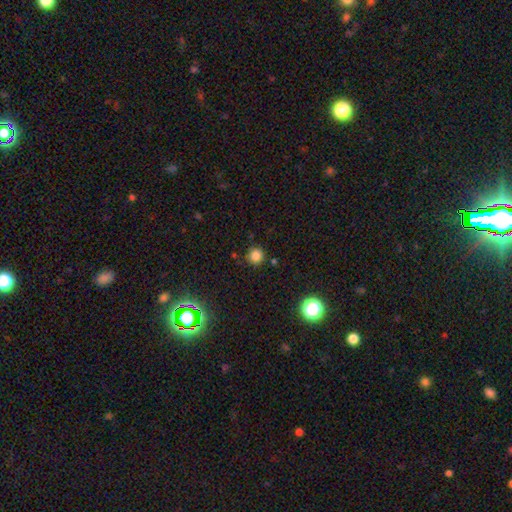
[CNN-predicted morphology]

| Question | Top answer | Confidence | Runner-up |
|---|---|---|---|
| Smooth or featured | smooth | 81% | star or artifact (15%) |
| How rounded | round | 93% | in between (6%) |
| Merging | none | 85% | minor disturbance (9%) |